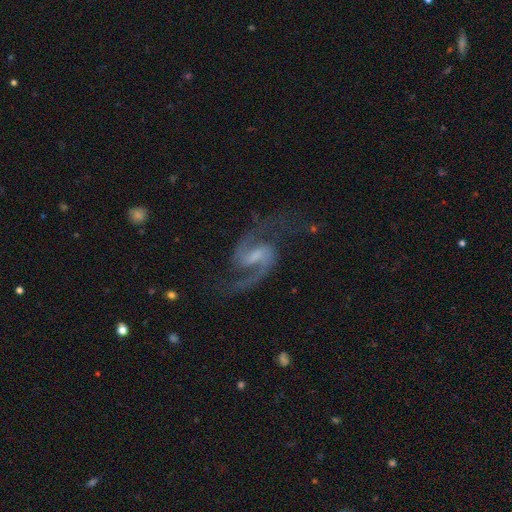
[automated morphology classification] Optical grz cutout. It shows a featured or disk galaxy (93%) with a weak bar (56%), 2 (94%) medium (56%) spiral arms (98%) and a small central bulge (39%). Merging: none (76%).